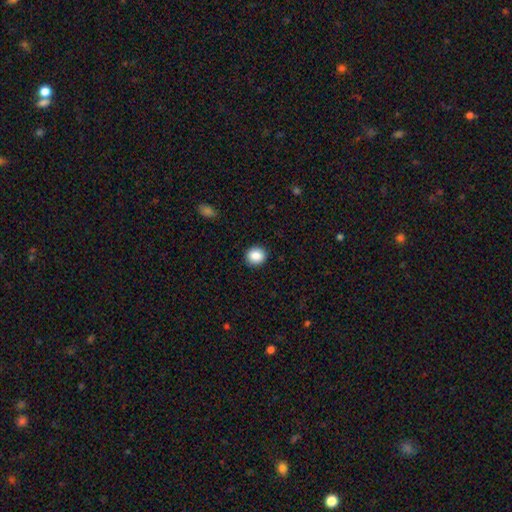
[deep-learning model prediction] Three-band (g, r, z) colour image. It shows a smooth galaxy with no disk features (87%) that is round (80%). Merging: none (91%).